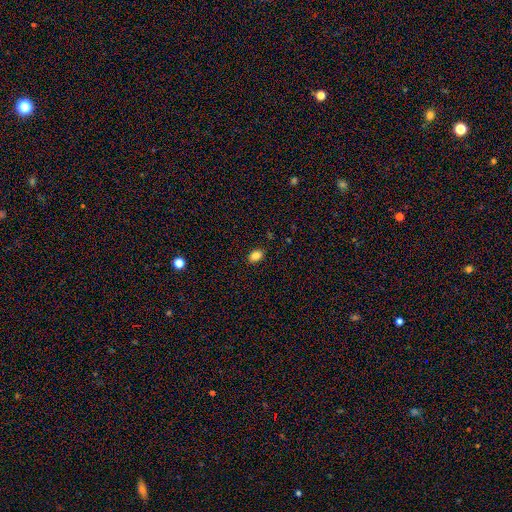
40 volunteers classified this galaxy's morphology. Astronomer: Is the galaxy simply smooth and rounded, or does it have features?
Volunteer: smooth — 95%.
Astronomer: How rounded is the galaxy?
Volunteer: in between — 76%.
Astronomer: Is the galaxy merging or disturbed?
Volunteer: none — 90%.